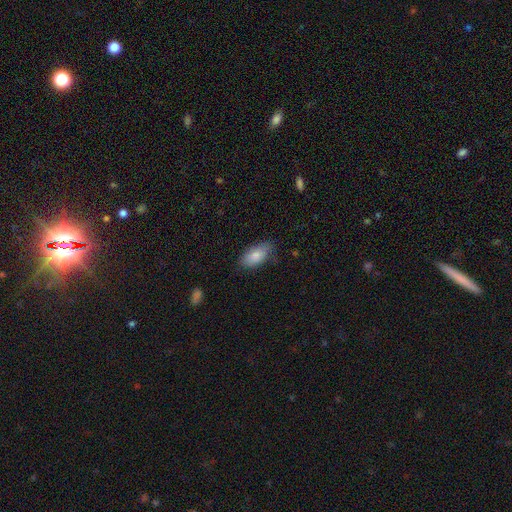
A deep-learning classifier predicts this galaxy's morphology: smooth 83%, featured or disk 10%, star or artifact 6%. Down the decision tree: how rounded — in between (91%); merging — none (75%).